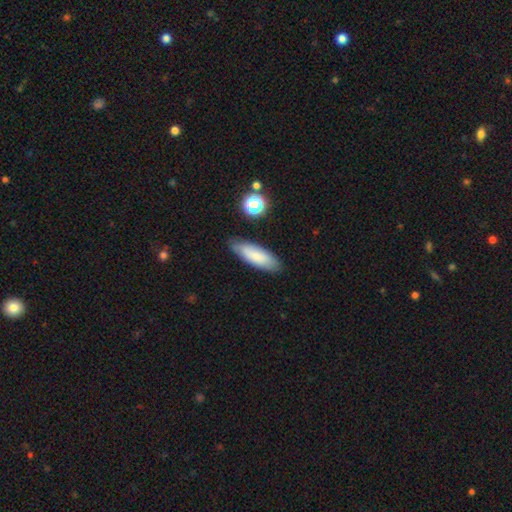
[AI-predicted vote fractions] Smooth or featured? smooth (78%)
How rounded? in between (58%)
Merging? none (80%)